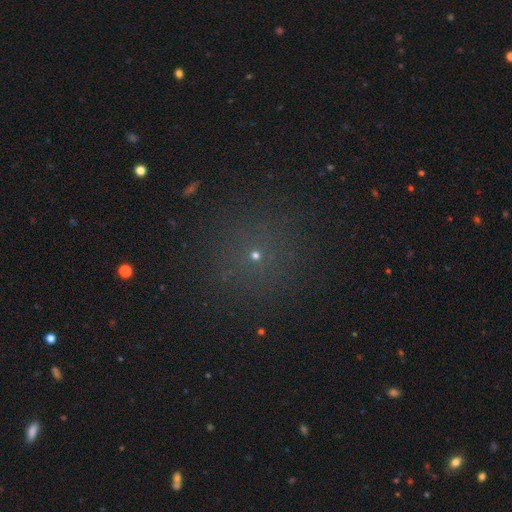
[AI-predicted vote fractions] Smooth or featured? smooth (48%)
Merging? none (85%)